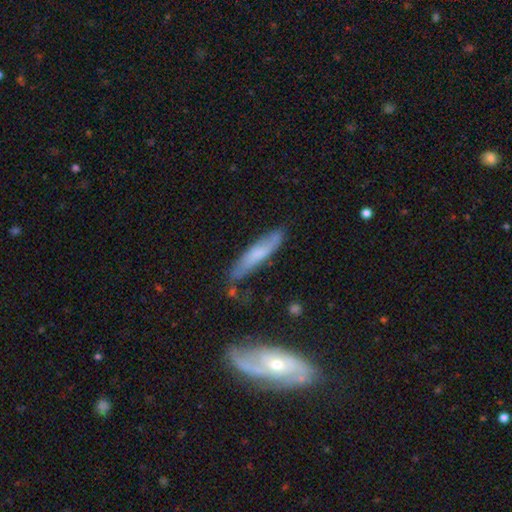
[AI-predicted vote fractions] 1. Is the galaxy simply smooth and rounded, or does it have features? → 49% smooth, 44% featured or disk, 7% star or artifact.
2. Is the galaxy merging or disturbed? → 72% none, 19% minor disturbance, 5% major disturbance, 4% merger.